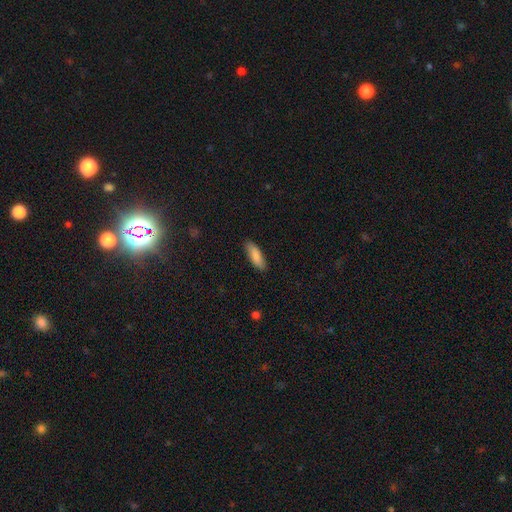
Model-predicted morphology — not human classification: A smooth galaxy with no disk features (88%) that is in between round and cigar-shaped (56%). Merging: none (86%).